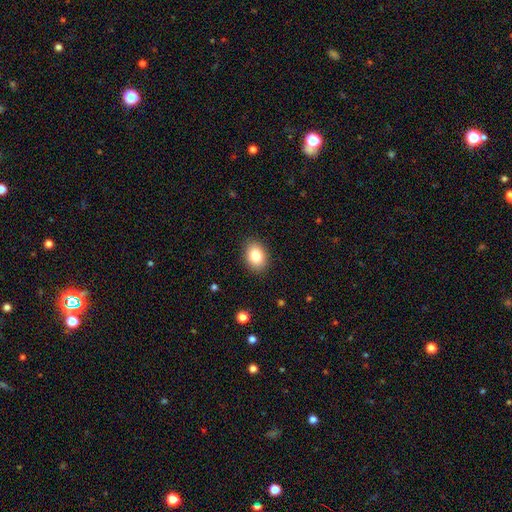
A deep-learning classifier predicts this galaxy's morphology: Smooth or featured?
  - smooth: 84% *
  - star or artifact: 8%
  - featured or disk: 7%
How rounded?
  - in between: 73% *
  - round: 26%
  - cigar-shaped: 1%
Merging?
  - none: 88% *
  - minor disturbance: 9%
  - major disturbance: 2%
  - merger: 1%